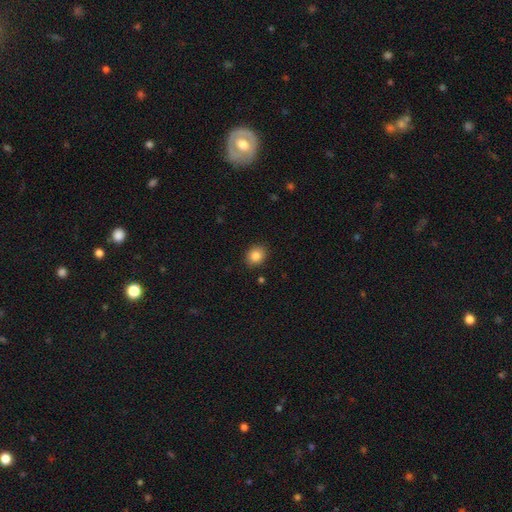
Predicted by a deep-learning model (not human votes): Smooth or featured? Predicted: smooth (p=0.85). How rounded? Predicted: round (p=0.58). Merging? Predicted: none (p=0.88).